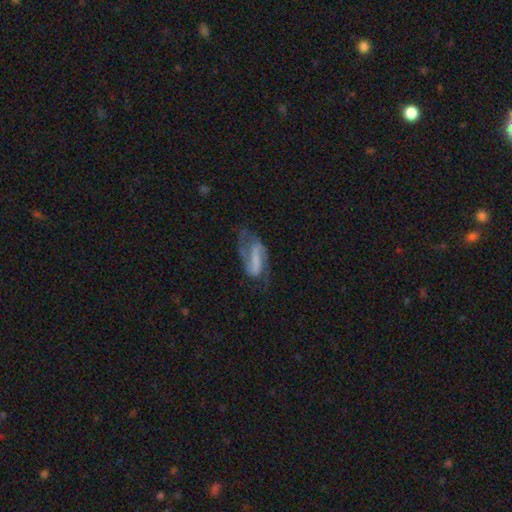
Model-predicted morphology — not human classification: smooth-or-featured: featured or disk: 72% | smooth: 19% | star or artifact: 9%
  disk-edge-on: no: 94% | yes: 6%
    bar: strong: 50% | weak: 32% | no: 18%
    has-spiral-arms: yes: 87% | no: 13%
      spiral-winding: medium: 42% | loose: 38% | tight: 20%
      spiral-arm-count: 2: 78% | 1: 10% | can't tell: 8% | 3: 1% | 4: 1% | more than 4: 1%
    bulge-size: none: 55% | small: 24% | moderate: 13% | large: 6% | dominant: 2%
  merging: none: 51% | minor disturbance: 23% | major disturbance: 23% | merger: 3%